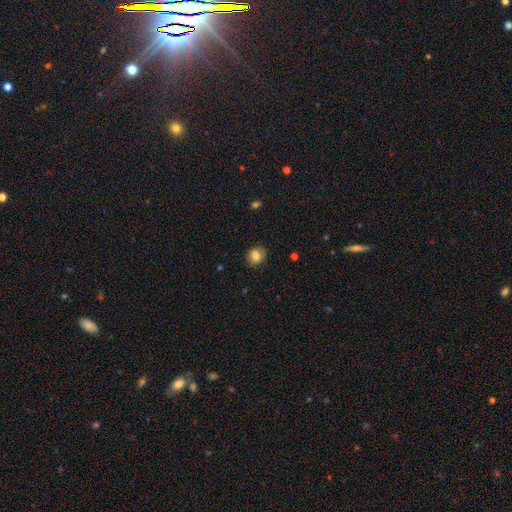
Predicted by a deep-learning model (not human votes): smooth 78%, featured or disk 13%, star or artifact 9%. Down the decision tree: how rounded — round (63%); merging — none (82%).